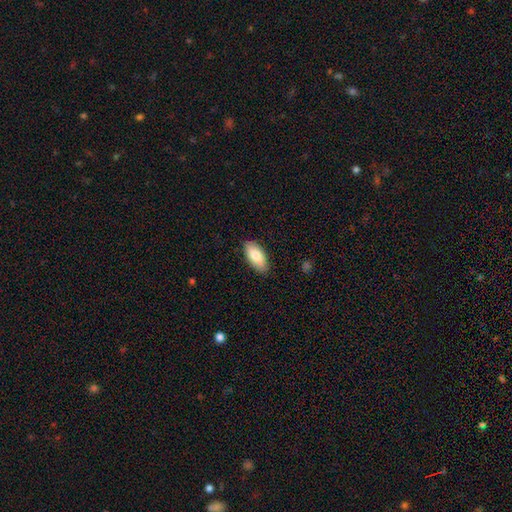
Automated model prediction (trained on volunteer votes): A smooth galaxy with no disk features (83%) that is in between round and cigar-shaped (89%).

Vote fractions:
- Smooth or featured? smooth: 83% / featured or disk: 12% / star or artifact: 6%
- How rounded? in between: 89% / cigar-shaped: 9% / round: 2%
- Merging? none: 86% / minor disturbance: 11% / major disturbance: 2% / merger: 1%